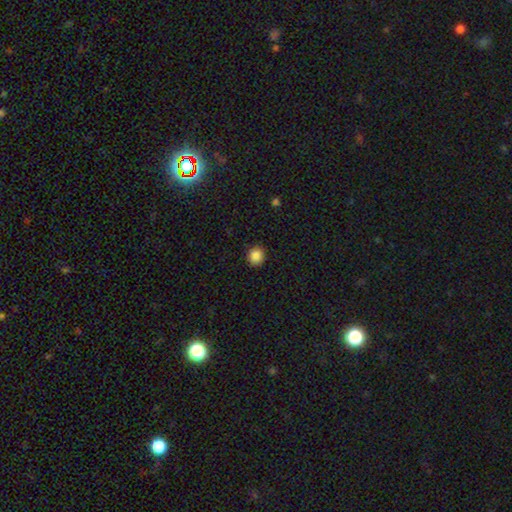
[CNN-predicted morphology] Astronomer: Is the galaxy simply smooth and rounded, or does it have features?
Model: smooth — 87%.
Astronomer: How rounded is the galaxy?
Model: round — 86%.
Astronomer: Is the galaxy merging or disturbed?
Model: none — 91%.